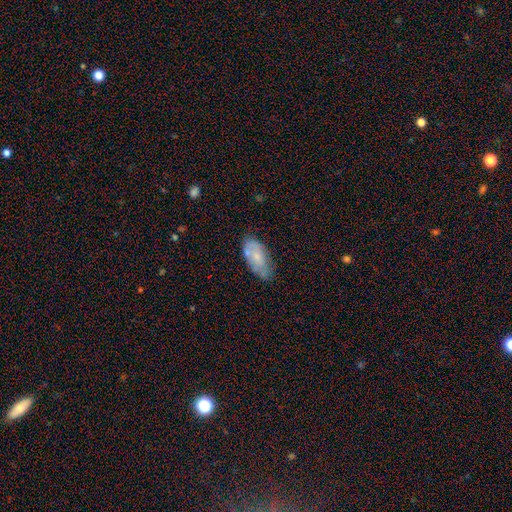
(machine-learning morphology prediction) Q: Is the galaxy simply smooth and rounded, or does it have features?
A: smooth — 64%.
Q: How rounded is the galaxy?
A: in between — 91%.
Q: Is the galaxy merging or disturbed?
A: none — 61%.